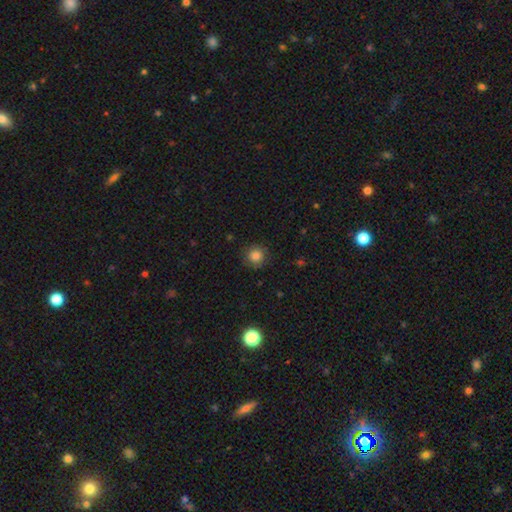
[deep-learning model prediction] The model was most divided on "smooth or featured": smooth: 81%, star or artifact: 11%, featured or disk: 8%. More confident: how rounded — round (93%); merging — none (84%).